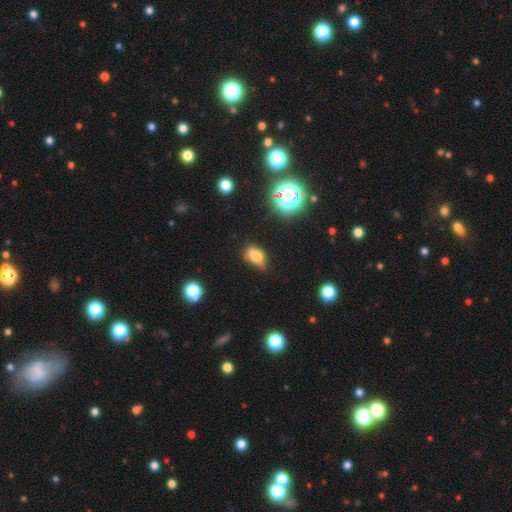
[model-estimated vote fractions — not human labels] The model was most divided on "merging": none: 52%, minor disturbance: 35%, major disturbance: 10%, merger: 3%. More confident: how rounded — in between (83%); smooth or featured — smooth (71%).